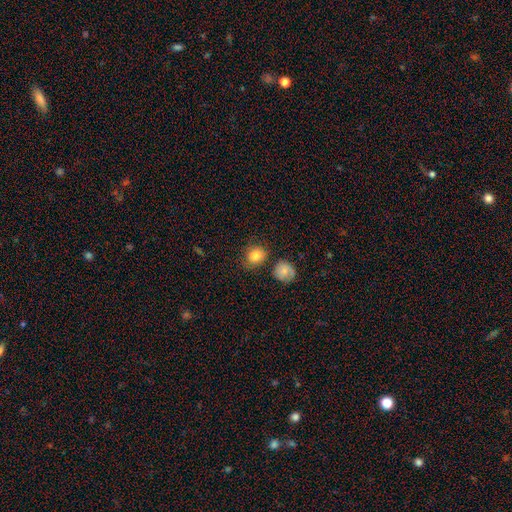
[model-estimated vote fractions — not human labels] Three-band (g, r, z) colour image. It shows a smooth galaxy with no disk features (81%) that is round (72%). Merging: none (69%).